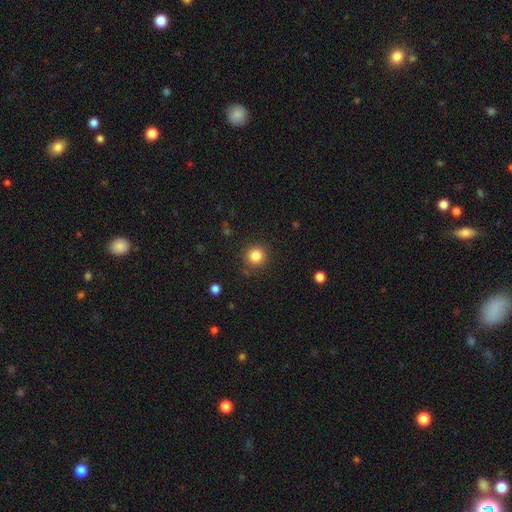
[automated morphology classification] A smooth galaxy with no disk features (84%) that is round (94%).

Vote fractions:
- Smooth or featured? smooth: 84% / star or artifact: 11% / featured or disk: 5%
- How rounded? round: 94% / in between: 5% / cigar-shaped: 1%
- Merging? none: 87% / minor disturbance: 8% / major disturbance: 3% / merger: 2%